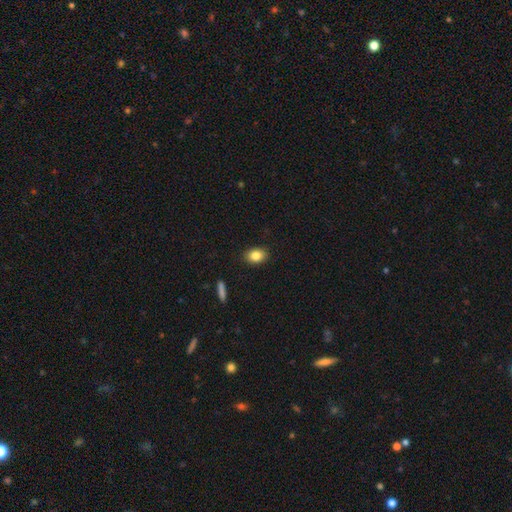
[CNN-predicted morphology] Smooth or featured?
  - smooth: 84% *
  - star or artifact: 9%
  - featured or disk: 7%
How rounded?
  - in between: 74% *
  - round: 24%
  - cigar-shaped: 2%
Merging?
  - none: 89% *
  - minor disturbance: 8%
  - major disturbance: 2%
  - merger: 1%